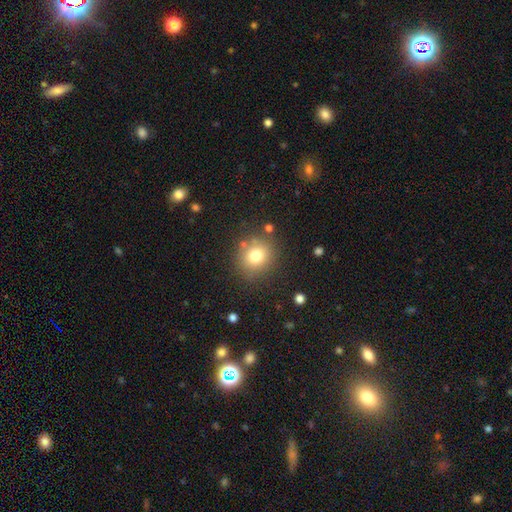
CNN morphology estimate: Smooth or featured? smooth (75%)
How rounded? round (83%)
Merging? none (82%)